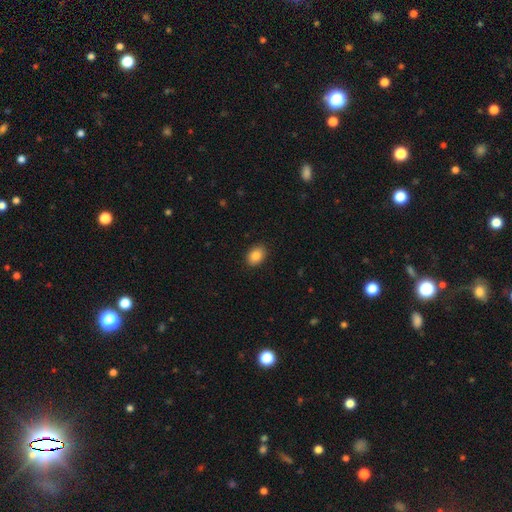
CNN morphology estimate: smooth-or-featured: smooth: 86% | star or artifact: 8% | featured or disk: 5%
  how-rounded: in between: 77% | round: 22% | cigar-shaped: 1%
  merging: none: 89% | minor disturbance: 8% | major disturbance: 2% | merger: 1%